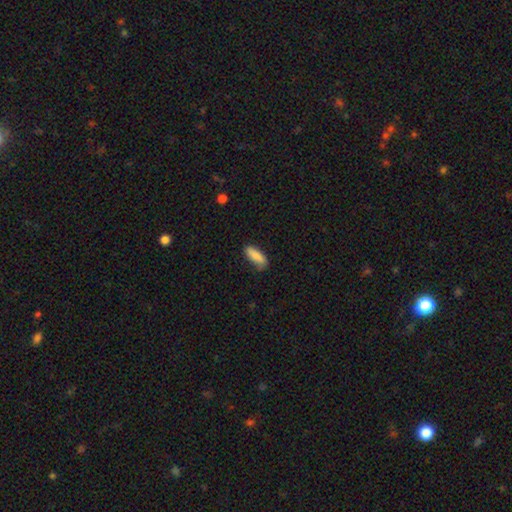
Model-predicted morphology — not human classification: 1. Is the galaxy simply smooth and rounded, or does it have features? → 87% smooth, 7% featured or disk, 6% star or artifact.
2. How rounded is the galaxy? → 61% in between, 37% cigar-shaped, 2% round.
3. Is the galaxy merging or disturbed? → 72% none, 23% minor disturbance, 4% major disturbance, 2% merger.